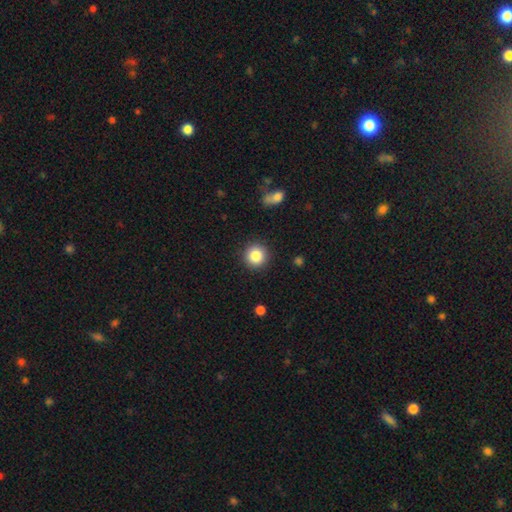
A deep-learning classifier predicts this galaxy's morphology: Smooth or featured? smooth (85%)
How rounded? round (93%)
Merging? none (90%)